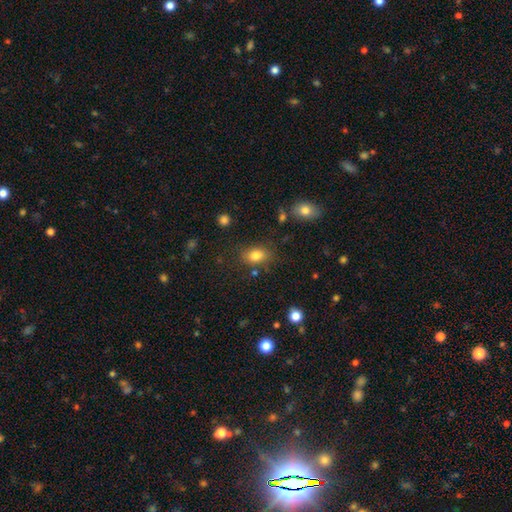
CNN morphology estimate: Smooth or featured: smooth — 81% (star or artifact — 10%)
How rounded: in between — 80% (round — 18%)
Merging: none — 77% (minor disturbance — 15%)